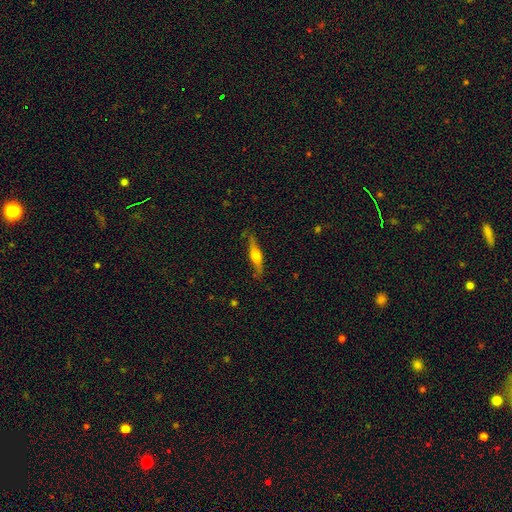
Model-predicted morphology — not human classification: Smooth or featured? featured or disk (55%)
Edge-on disk? yes (93%)
Edge-on bulge? rounded (87%)
Merging? none (81%)